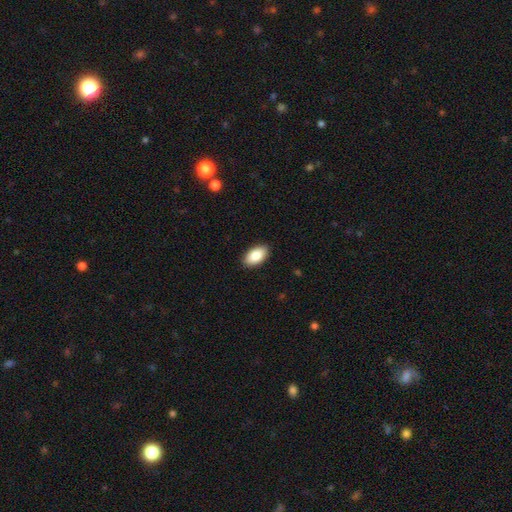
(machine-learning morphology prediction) Smooth or featured? Predicted: smooth (p=0.86). How rounded? Predicted: in between (p=0.95). Merging? Predicted: none (p=0.90).